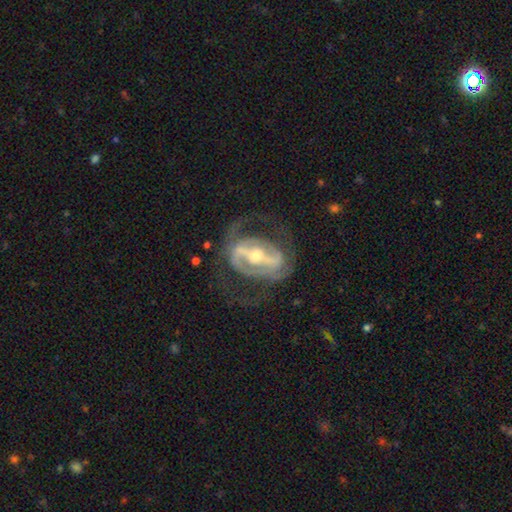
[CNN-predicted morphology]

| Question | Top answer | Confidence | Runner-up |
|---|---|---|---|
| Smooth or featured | featured or disk | 88% | smooth (7%) |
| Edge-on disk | no | 94% | yes (6%) |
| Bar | strong | 70% | weak (21%) |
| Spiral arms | yes | 83% | no (17%) |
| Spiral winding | medium | 47% | tight (30%) |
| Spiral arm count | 2 | 77% | can't tell (11%) |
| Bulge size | moderate | 58% | small (36%) |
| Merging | none | 61% | major disturbance (22%) |